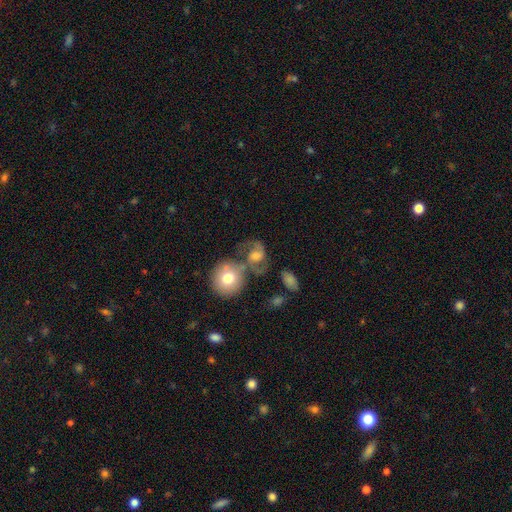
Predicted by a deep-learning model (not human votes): Overall: featured or disk (58%; smooth 33%). Edge-on disk: no (96%). Bar: no (55%; weak 35%). Spiral arms: yes (83%). Bulge size: moderate (61%). Merging: none (37%; merger 32%).